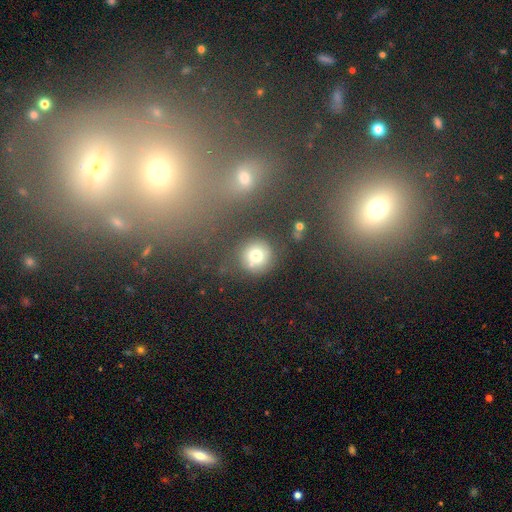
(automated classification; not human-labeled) smooth-or-featured: smooth: 73% | star or artifact: 14% | featured or disk: 13%
  how-rounded: round: 90% | in between: 9% | cigar-shaped: 1%
  merging: none: 72% | minor disturbance: 12% | merger: 10% | major disturbance: 6%